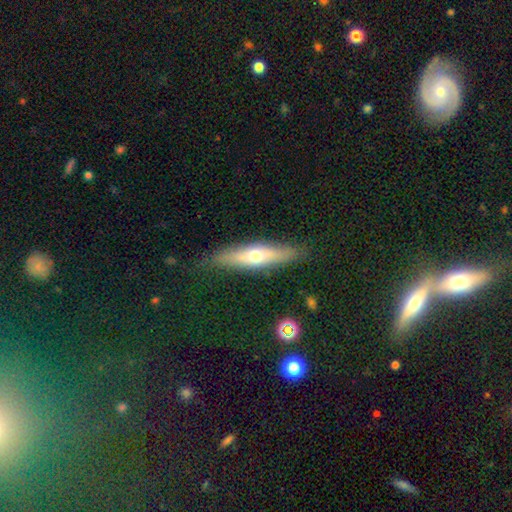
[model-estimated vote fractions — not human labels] A smooth galaxy with no disk features (49%). Merging: none (84%).